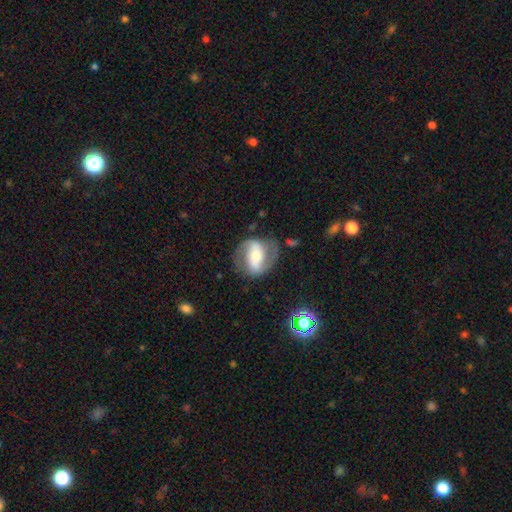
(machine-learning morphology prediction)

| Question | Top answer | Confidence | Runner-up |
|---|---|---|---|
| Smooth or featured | featured or disk | 77% | smooth (17%) |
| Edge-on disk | no | 96% | yes (4%) |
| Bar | strong | 48% | weak (29%) |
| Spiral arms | yes | 89% | no (11%) |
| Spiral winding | medium | 48% | loose (28%) |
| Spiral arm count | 2 | 89% | can't tell (5%) |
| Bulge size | moderate | 51% | small (30%) |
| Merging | none | 72% | minor disturbance (16%) |